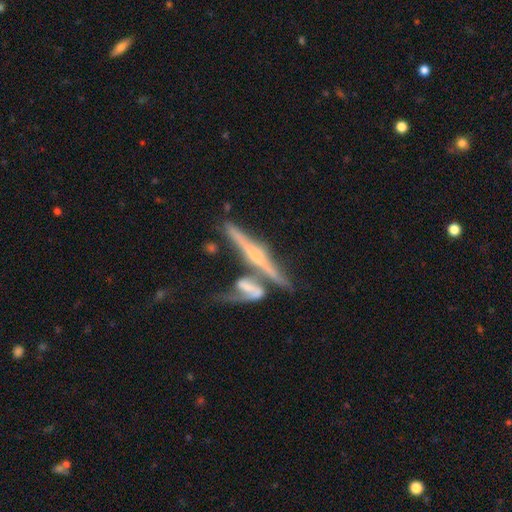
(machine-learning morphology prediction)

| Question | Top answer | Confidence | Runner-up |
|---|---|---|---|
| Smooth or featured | featured or disk | 80% | smooth (13%) |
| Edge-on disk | yes | 93% | no (7%) |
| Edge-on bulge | rounded | 73% | none (19%) |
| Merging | none | 46% | merger (35%) |